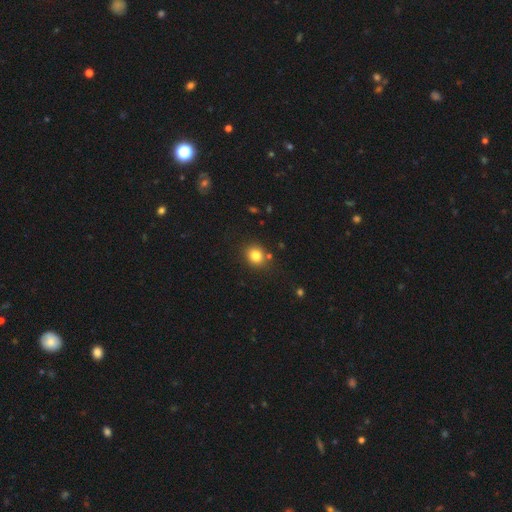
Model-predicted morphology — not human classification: smooth_or_featured: smooth (p=0.82) [alt: star or artifact p=0.12]
how_rounded: round (p=0.74) [alt: in between p=0.25]
merging: none (p=0.81) [alt: minor disturbance p=0.10]